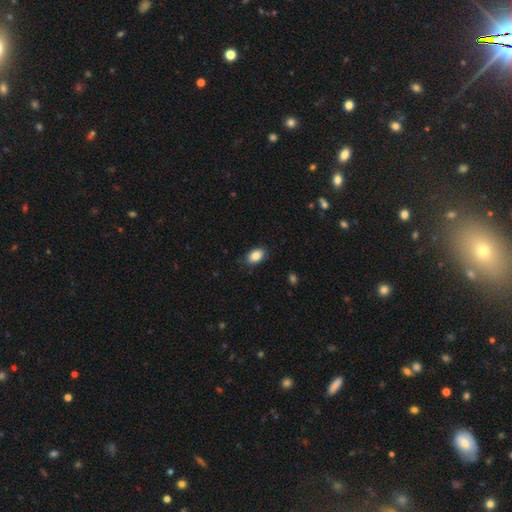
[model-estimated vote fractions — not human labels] smooth-or-featured: smooth: 86% | star or artifact: 7% | featured or disk: 6%
  how-rounded: in between: 88% | round: 11% | cigar-shaped: 1%
  merging: none: 86% | minor disturbance: 11% | major disturbance: 2% | merger: 1%